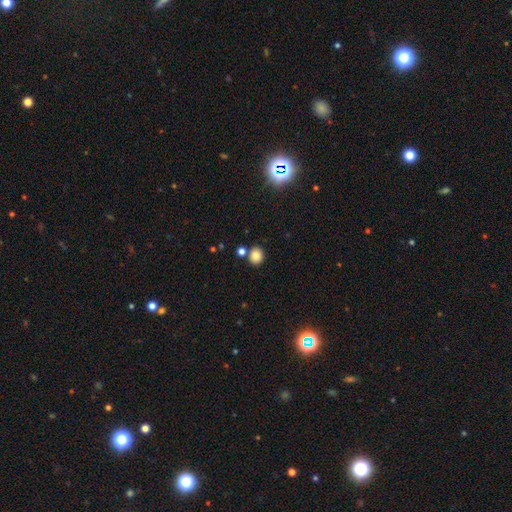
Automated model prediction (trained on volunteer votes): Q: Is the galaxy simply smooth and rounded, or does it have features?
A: smooth — 84%.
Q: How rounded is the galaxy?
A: round — 72%.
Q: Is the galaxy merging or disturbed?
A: none — 74%.